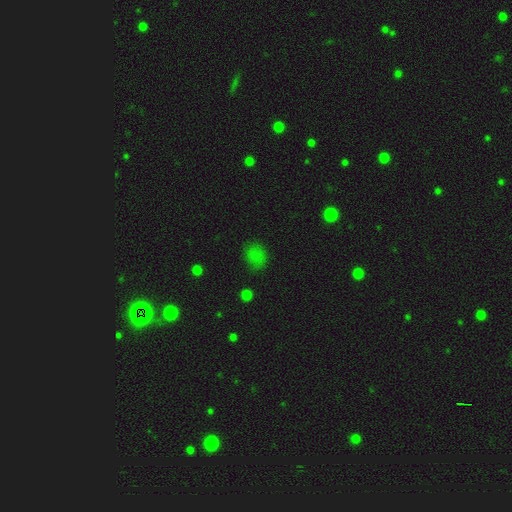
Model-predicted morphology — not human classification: Smooth or featured? Predicted: smooth (p=0.73). How rounded? Predicted: round (p=0.56). Merging? Predicted: none (p=0.72).